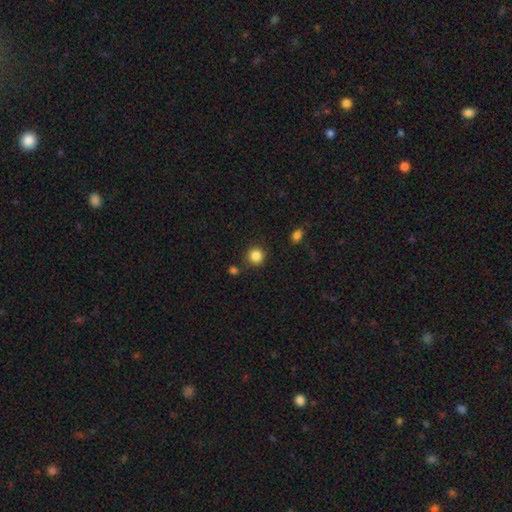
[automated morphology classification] This appears to be a smooth galaxy with no disk features (86%) that is round (93%). Merging: none (85%).